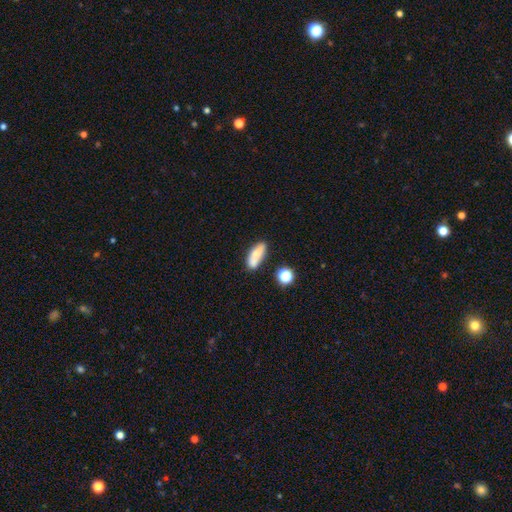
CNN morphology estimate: type=smooth (70%); roundness=in between (67%); merging=none (62%).